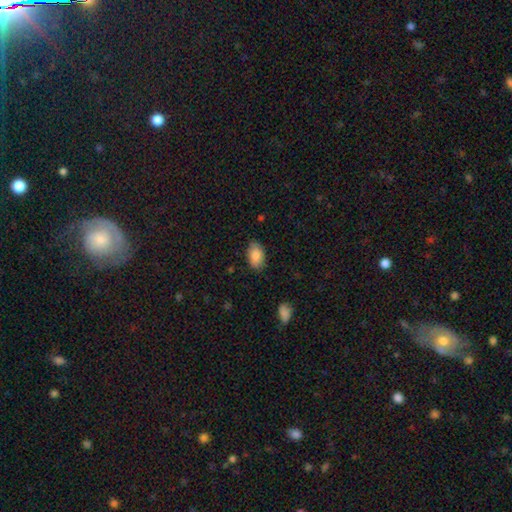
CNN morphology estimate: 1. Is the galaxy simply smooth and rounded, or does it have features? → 87% smooth, 7% star or artifact, 6% featured or disk.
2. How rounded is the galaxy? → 92% in between, 7% round, 1% cigar-shaped.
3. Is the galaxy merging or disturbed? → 84% none, 12% minor disturbance, 3% major disturbance, 1% merger.